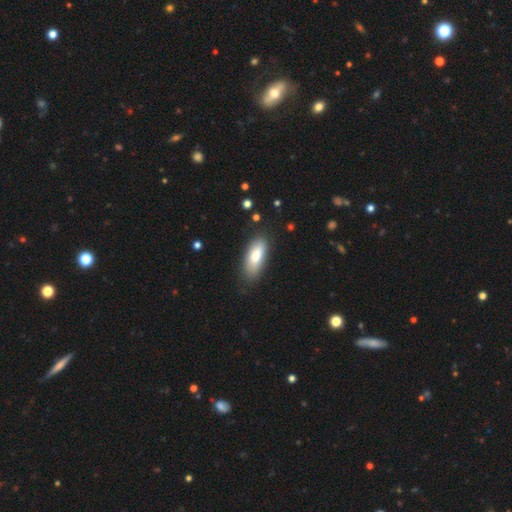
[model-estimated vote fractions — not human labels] smooth_or_featured: smooth (p=0.77) [alt: featured or disk p=0.17]
how_rounded: in between (p=0.82) [alt: cigar-shaped p=0.15]
merging: none (p=0.80) [alt: minor disturbance p=0.14]